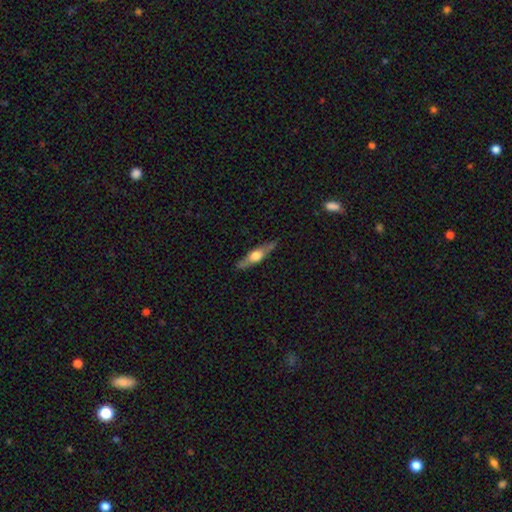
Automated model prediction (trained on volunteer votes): Smooth or featured: featured or disk — 59% (smooth — 36%)
Edge-on disk: yes — 92% (no — 8%)
Edge-on bulge: rounded — 92% (boxy — 6%)
Merging: none — 84% (minor disturbance — 12%)